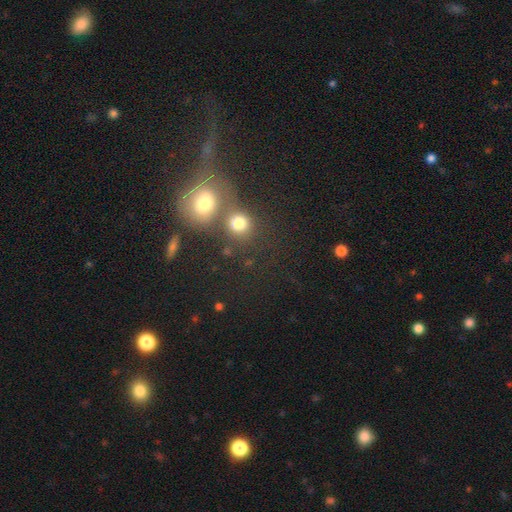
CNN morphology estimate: This appears to be a smooth galaxy with no disk features (46%). Merging: merger (41%).